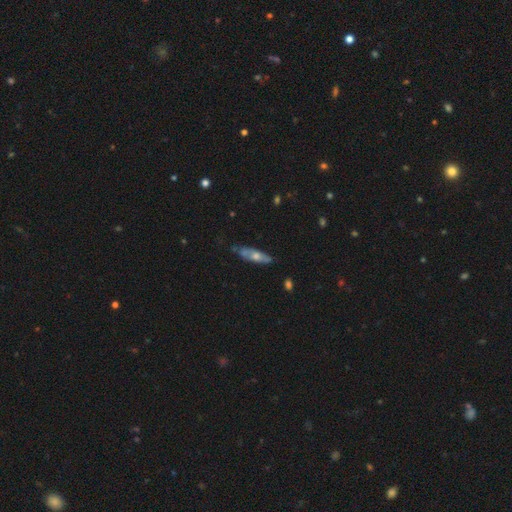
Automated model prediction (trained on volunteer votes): Smooth or featured? featured or disk (52%)
Edge-on disk? no (52%)
Merging? none (70%)